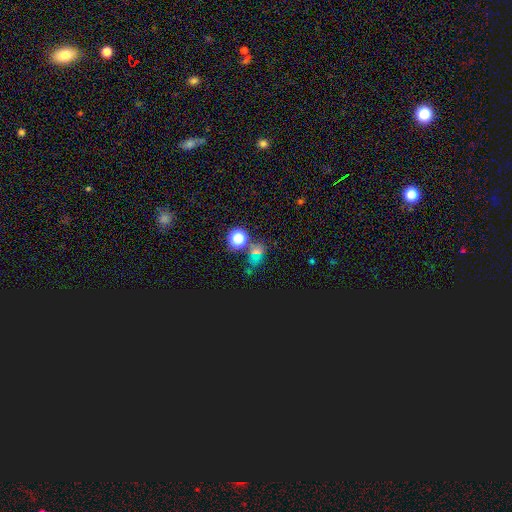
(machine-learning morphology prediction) Smooth or featured? star or artifact (48%)